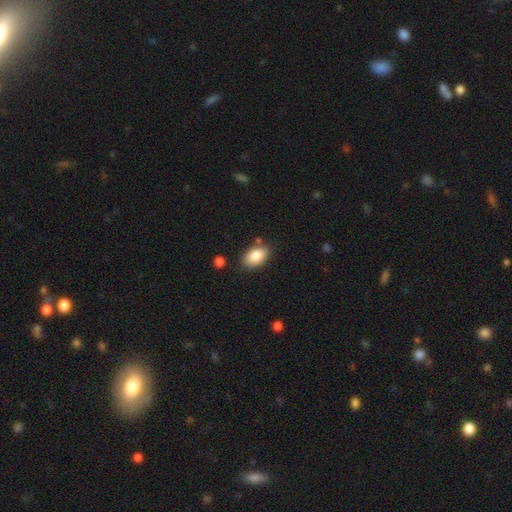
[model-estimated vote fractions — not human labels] Smooth or featured? smooth (86%)
How rounded? in between (92%)
Merging? none (79%)